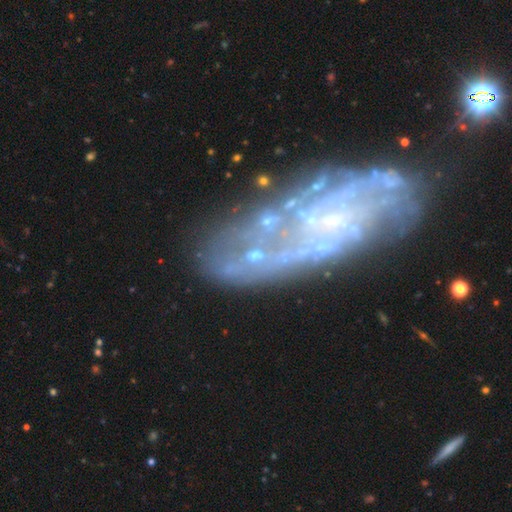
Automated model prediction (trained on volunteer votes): Smooth or featured? featured or disk (72%)
Edge-on disk? no (94%)
Bar? no (73%)
Spiral arms? yes (56%)
Bulge size? small (53%)
Merging? none (52%)